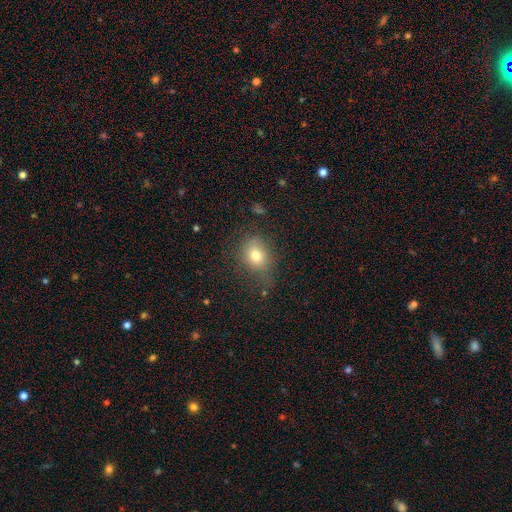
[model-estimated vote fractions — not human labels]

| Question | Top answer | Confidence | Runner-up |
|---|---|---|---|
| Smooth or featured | smooth | 74% | star or artifact (14%) |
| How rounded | round | 59% | in between (39%) |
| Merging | none | 65% | minor disturbance (23%) |